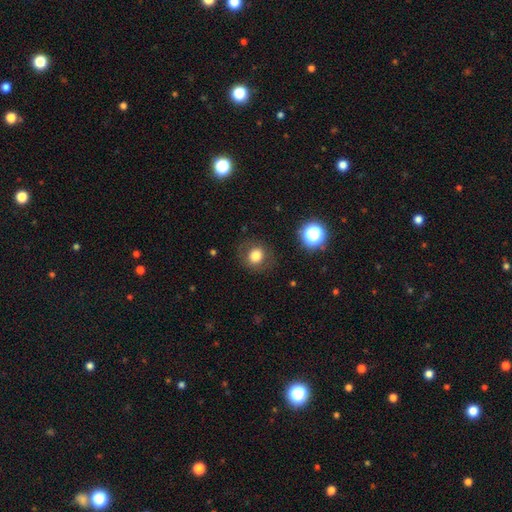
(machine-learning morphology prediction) Smooth or featured: smooth — 78% (star or artifact — 12%)
How rounded: round — 79% (in between — 20%)
Merging: none — 83% (minor disturbance — 10%)